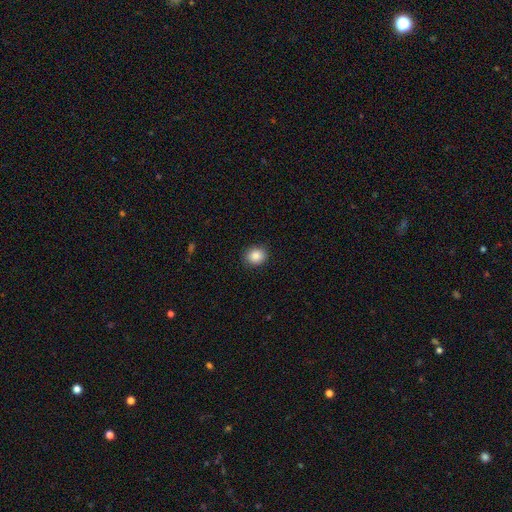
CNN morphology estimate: Overall: smooth (85%). How rounded: round (72%). Merging: none (90%).